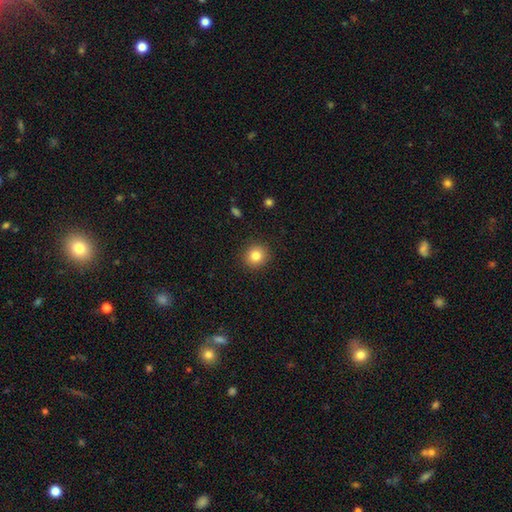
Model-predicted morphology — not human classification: This appears to be a smooth galaxy with no disk features (83%) that is round (88%). Merging: none (91%).